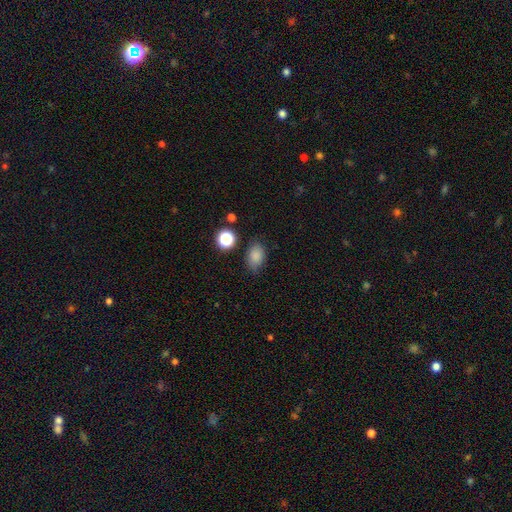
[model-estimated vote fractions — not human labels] Smooth or featured? Predicted: smooth (p=0.84). How rounded? Predicted: in between (p=0.79). Merging? Predicted: none (p=0.78).